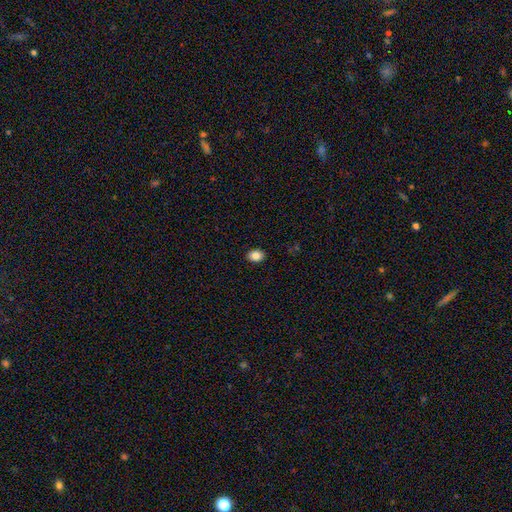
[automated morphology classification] A smooth galaxy with no disk features (86%) that is in between round and cigar-shaped (68%). Merging: none (90%).